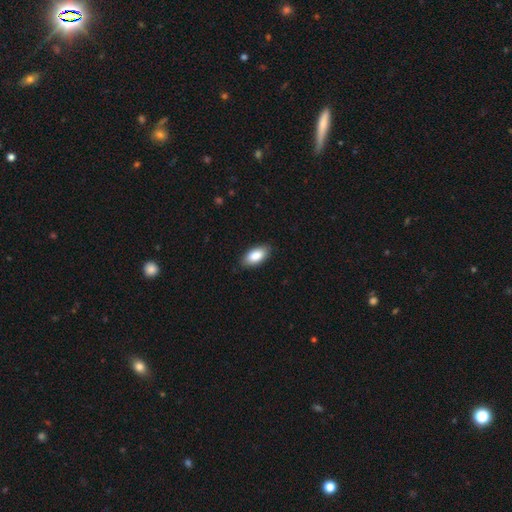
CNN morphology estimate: A smooth galaxy with no disk features (86%) that is in between round and cigar-shaped (92%).

Vote fractions:
- Smooth or featured? smooth: 86% / featured or disk: 8% / star or artifact: 6%
- How rounded? in between: 92% / cigar-shaped: 6% / round: 2%
- Merging? none: 85% / minor disturbance: 12% / major disturbance: 2% / merger: 1%